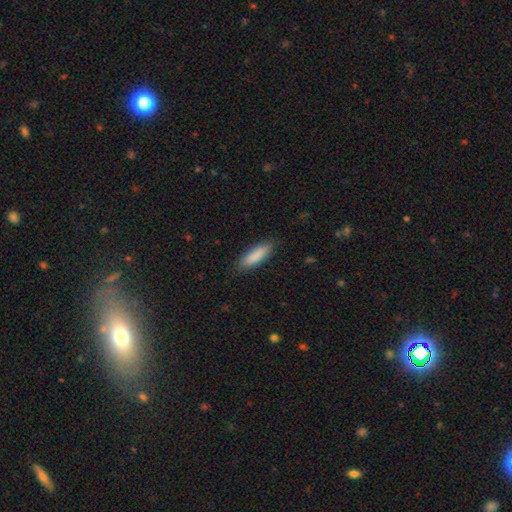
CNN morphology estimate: A smooth galaxy with no disk features (88%) that is cigar-shaped (57%). Merging: none (86%).